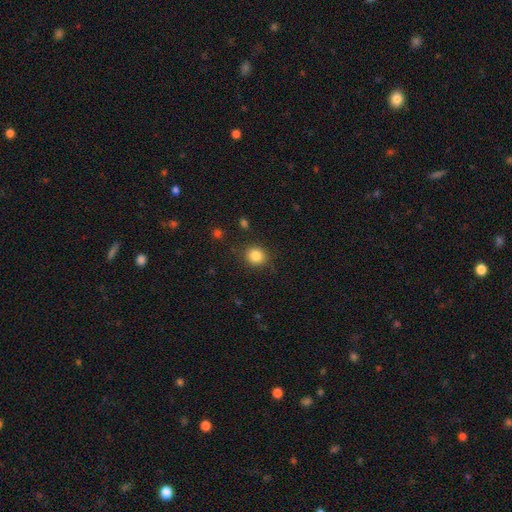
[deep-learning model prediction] Smooth or featured? Predicted: smooth (p=0.84). How rounded? Predicted: round (p=0.85). Merging? Predicted: none (p=0.86).